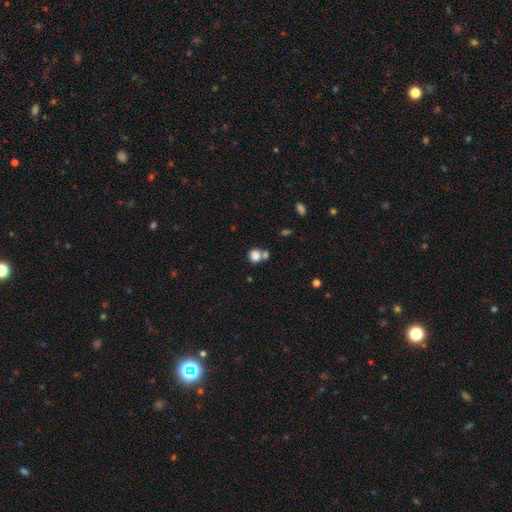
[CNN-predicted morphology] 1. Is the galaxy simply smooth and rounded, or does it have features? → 82% smooth, 11% star or artifact, 7% featured or disk.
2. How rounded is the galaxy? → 77% round, 22% in between, 1% cigar-shaped.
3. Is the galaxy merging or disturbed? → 50% none, 36% merger, 10% minor disturbance, 5% major disturbance.